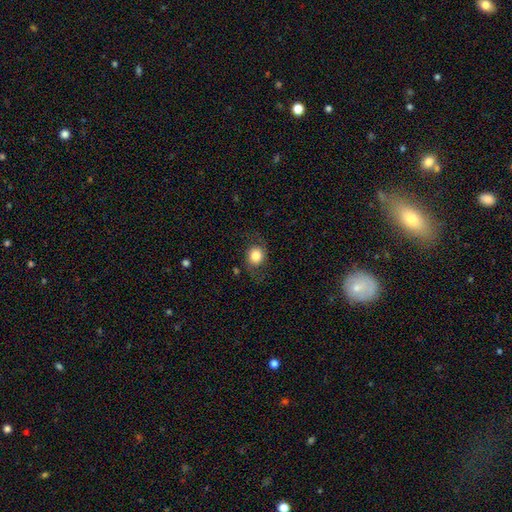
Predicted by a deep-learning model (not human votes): Smooth or featured: smooth — 70% (featured or disk — 21%)
How rounded: round — 71% (in between — 27%)
Merging: none — 71% (minor disturbance — 18%)